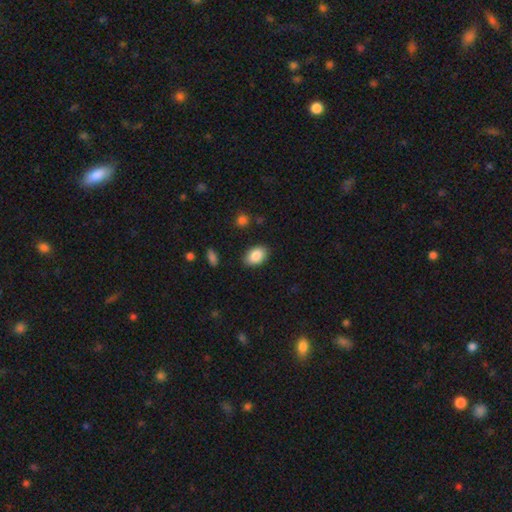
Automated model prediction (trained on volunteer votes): The model was most divided on "merging": none: 85%, minor disturbance: 11%, major disturbance: 3%, merger: 2%. More confident: how rounded — in between (87%); smooth or featured — smooth (87%).